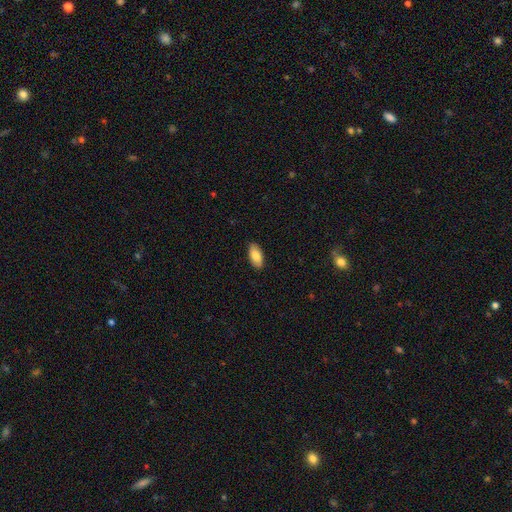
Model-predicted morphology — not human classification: smooth_or_featured: smooth (p=0.83) [alt: featured or disk p=0.11]
how_rounded: in between (p=0.91) [alt: cigar-shaped p=0.06]
merging: none (p=0.89) [alt: minor disturbance p=0.08]